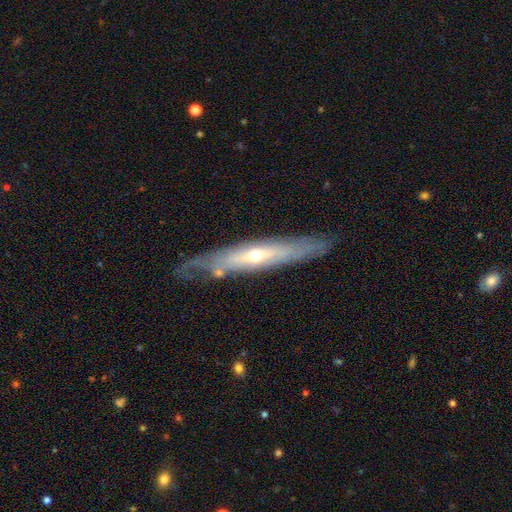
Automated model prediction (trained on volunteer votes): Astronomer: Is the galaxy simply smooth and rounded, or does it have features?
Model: featured or disk — 71%.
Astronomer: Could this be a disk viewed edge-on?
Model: yes — 61% (runner-up: no, 39%).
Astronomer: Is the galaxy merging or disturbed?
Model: none — 71%.